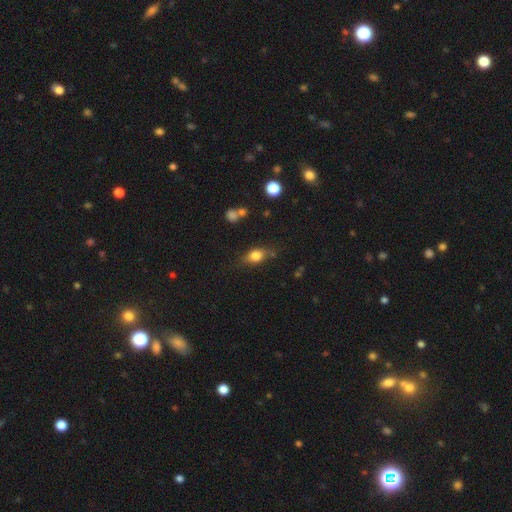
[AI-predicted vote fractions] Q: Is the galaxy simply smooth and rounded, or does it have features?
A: smooth — 73%.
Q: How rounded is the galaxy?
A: in between — 68%.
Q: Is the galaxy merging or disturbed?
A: none — 67%.